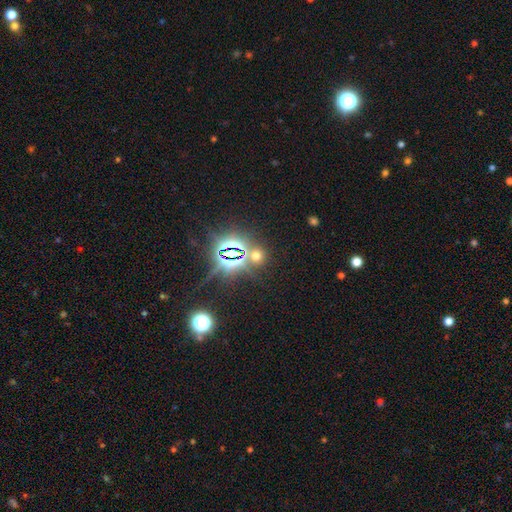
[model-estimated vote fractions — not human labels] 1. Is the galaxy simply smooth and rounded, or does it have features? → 55% star or artifact, 37% smooth, 7% featured or disk.